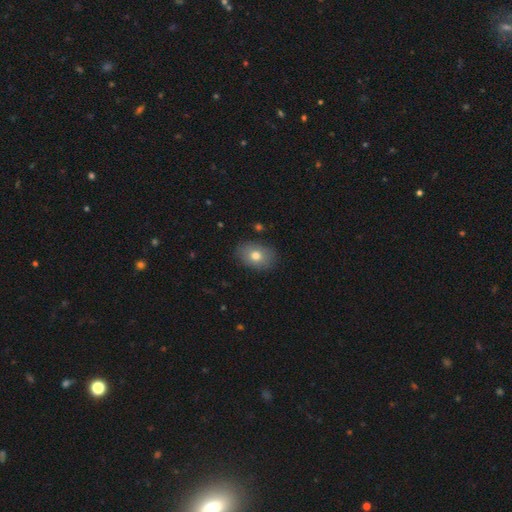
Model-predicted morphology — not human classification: Smooth or featured? smooth (76%)
How rounded? in between (74%)
Merging? none (85%)